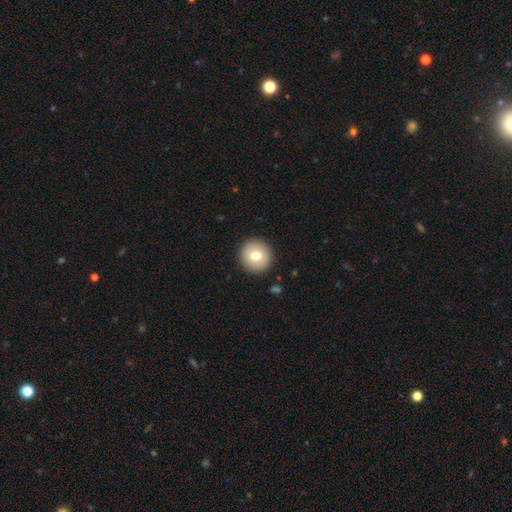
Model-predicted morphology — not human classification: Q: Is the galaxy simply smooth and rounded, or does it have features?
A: smooth — 76%.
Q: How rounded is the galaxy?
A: round — 94%.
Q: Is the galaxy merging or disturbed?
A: none — 91%.